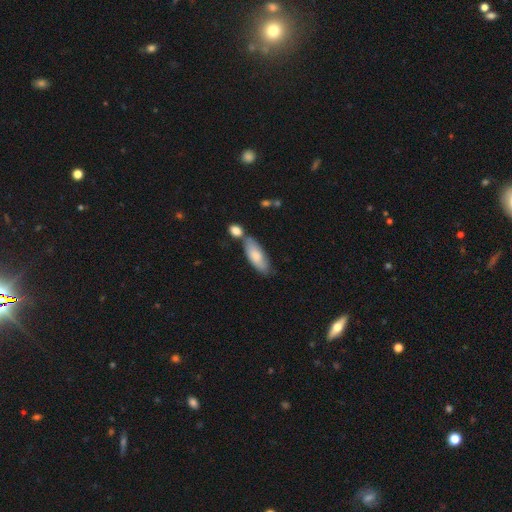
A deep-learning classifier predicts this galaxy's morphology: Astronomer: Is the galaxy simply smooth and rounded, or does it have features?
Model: smooth — 77%.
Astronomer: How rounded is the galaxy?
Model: in between — 72%.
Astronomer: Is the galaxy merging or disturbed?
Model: none — 55%.